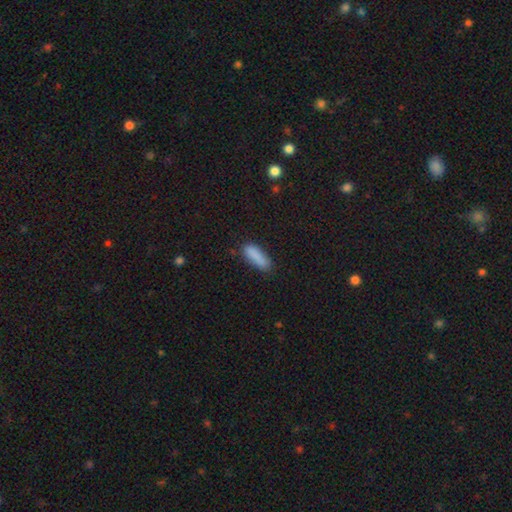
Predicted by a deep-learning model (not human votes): This is clearly a smooth galaxy (87%). How rounded: possibly in between (55%). Merging: likely none (75%).